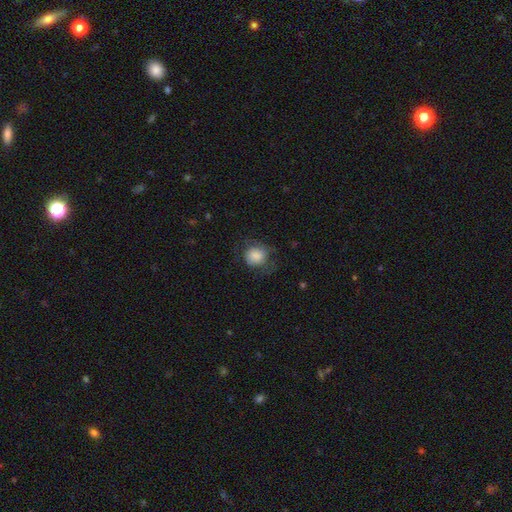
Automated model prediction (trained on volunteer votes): Smooth or featured: smooth — 76% (featured or disk — 16%)
How rounded: round — 77% (in between — 22%)
Merging: none — 57% (minor disturbance — 24%)